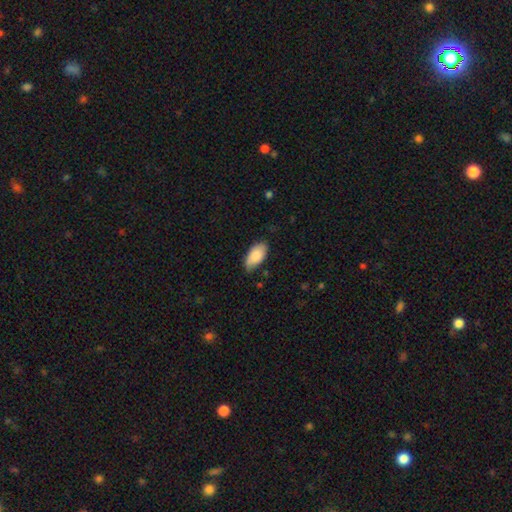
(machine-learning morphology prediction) smooth_or_featured: smooth (p=0.84) [alt: featured or disk p=0.10]
how_rounded: in between (p=0.95) [alt: cigar-shaped p=0.03]
merging: none (p=0.69) [alt: minor disturbance p=0.26]